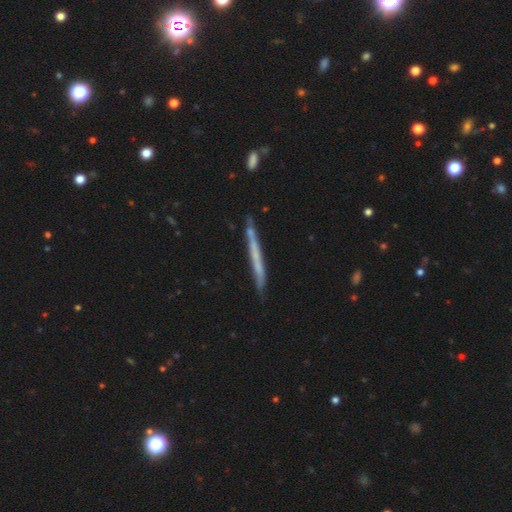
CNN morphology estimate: The model was most divided on "smooth or featured": featured or disk: 48%, smooth: 45%, star or artifact: 7%. More confident: merging — none (83%).